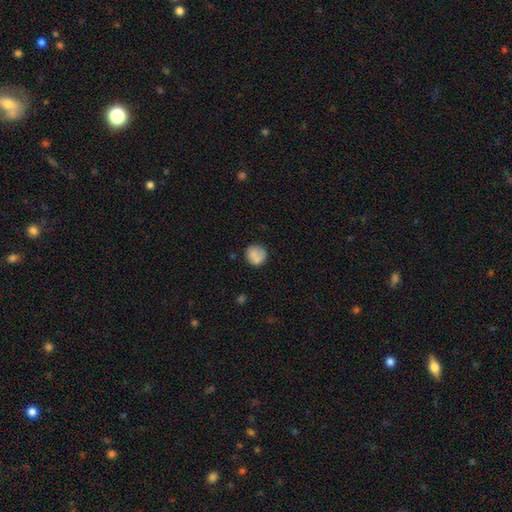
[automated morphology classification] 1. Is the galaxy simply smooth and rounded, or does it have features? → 83% smooth, 9% featured or disk, 8% star or artifact.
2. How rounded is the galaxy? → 89% round, 10% in between, 1% cigar-shaped.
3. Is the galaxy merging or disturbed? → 78% none, 15% minor disturbance, 4% major disturbance, 3% merger.